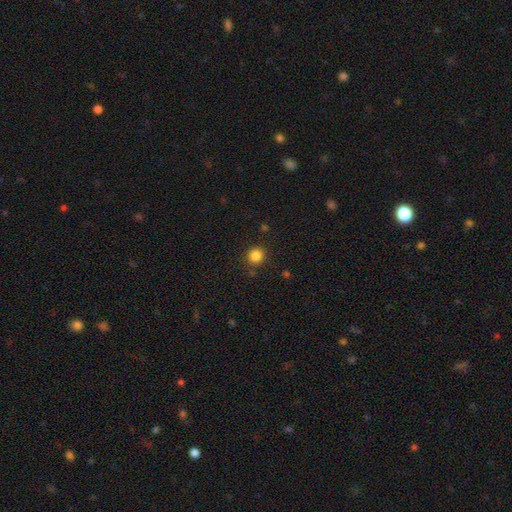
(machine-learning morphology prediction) Smooth or featured? Predicted: smooth (p=0.84). How rounded? Predicted: round (p=0.90). Merging? Predicted: none (p=0.88).